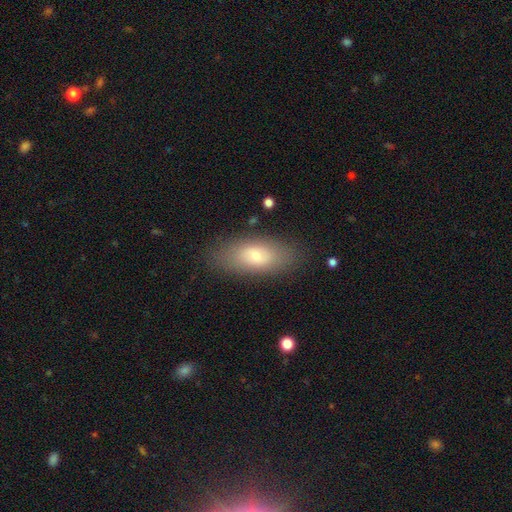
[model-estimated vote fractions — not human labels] The model was most divided on "smooth or featured": smooth: 66%, featured or disk: 25%, star or artifact: 9%. More confident: merging — none (84%); how rounded — in between (81%).